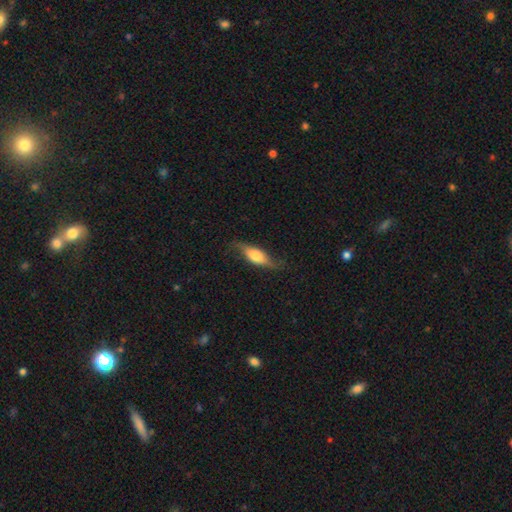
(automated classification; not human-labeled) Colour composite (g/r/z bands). It shows a featured or disk galaxy (48%). Merging: none (67%).